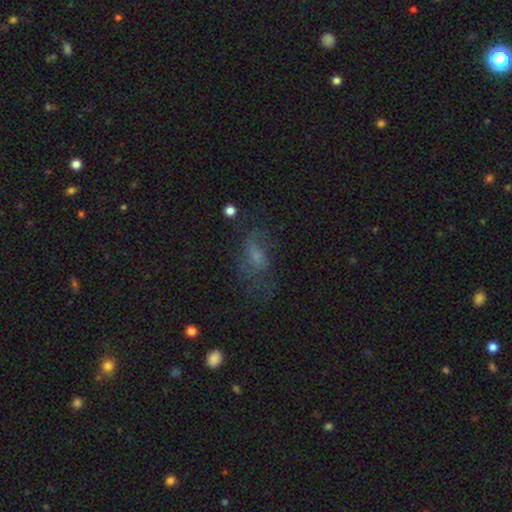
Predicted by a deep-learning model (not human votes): The model was most divided on "smooth or featured": smooth: 44%, featured or disk: 35%, star or artifact: 20%. Remaining: merging — none (48%).